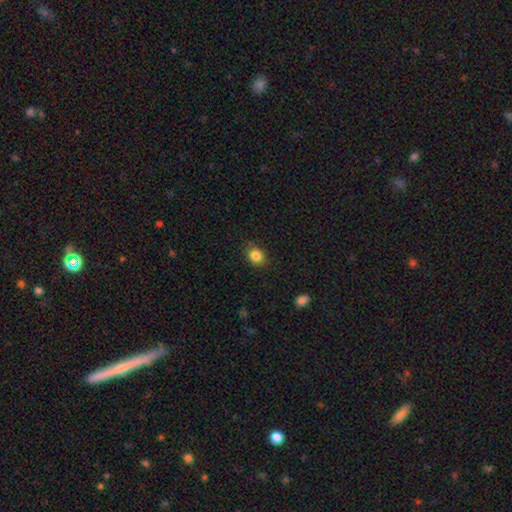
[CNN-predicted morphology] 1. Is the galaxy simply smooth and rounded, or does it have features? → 85% smooth, 10% star or artifact, 5% featured or disk.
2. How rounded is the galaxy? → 58% round, 41% in between, 1% cigar-shaped.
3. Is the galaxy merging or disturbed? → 84% none, 12% minor disturbance, 3% major disturbance, 1% merger.